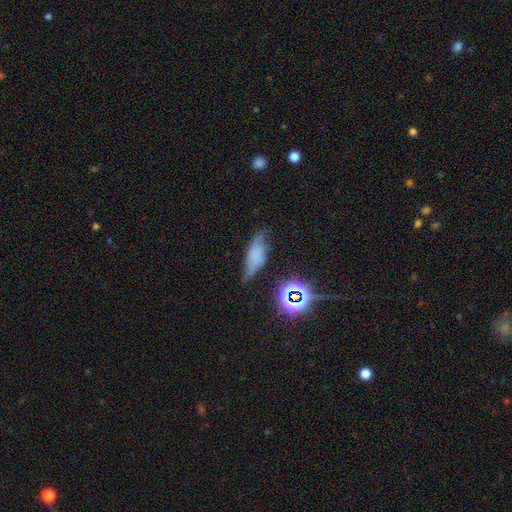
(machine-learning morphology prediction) Overall: smooth (52%; featured or disk 31%). How rounded: in between (63%; cigar-shaped 32%). Merging: none (54%; minor disturbance 31%).